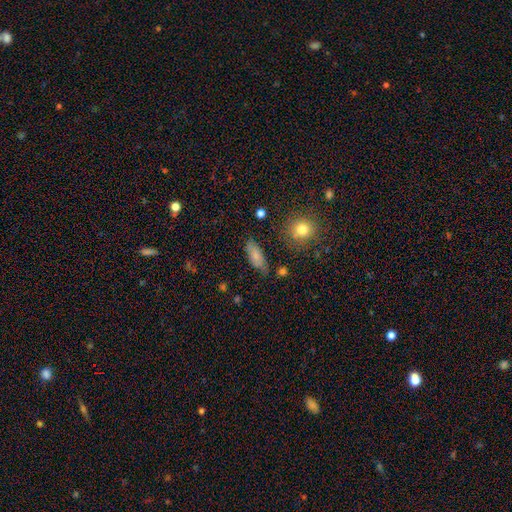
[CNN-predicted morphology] The model was most divided on "merging": none: 73%, minor disturbance: 19%, major disturbance: 5%, merger: 3%. More confident: how rounded — in between (76%); smooth or featured — smooth (75%).